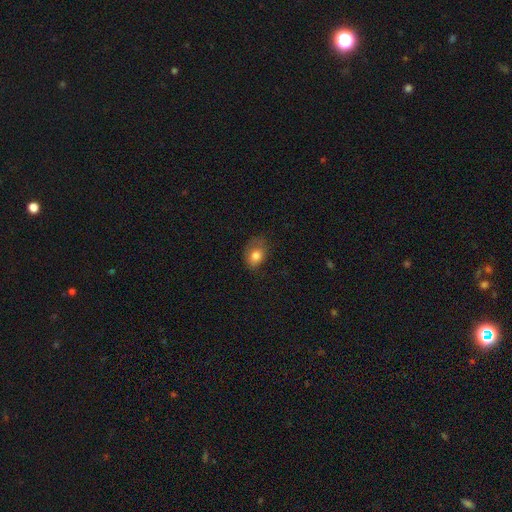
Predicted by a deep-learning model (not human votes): Q: Smooth or featured?
A: smooth (77%); runner-up: featured or disk (14%)
Q: How rounded?
A: in between (71%); runner-up: round (28%)
Q: Merging?
A: none (51%); runner-up: minor disturbance (31%)